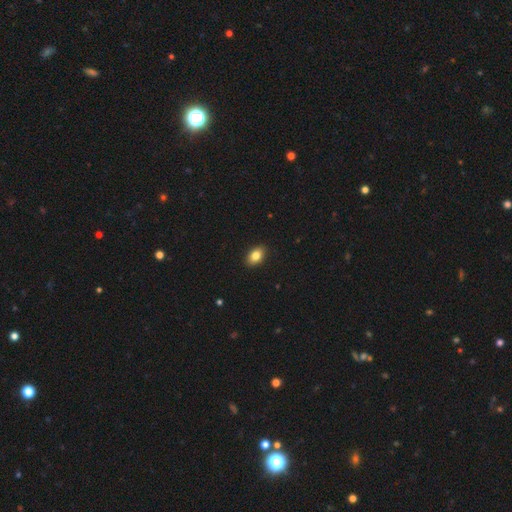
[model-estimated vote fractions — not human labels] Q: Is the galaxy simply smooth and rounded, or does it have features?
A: smooth — 83%.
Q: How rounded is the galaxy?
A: in between — 86%.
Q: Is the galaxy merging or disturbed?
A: none — 90%.